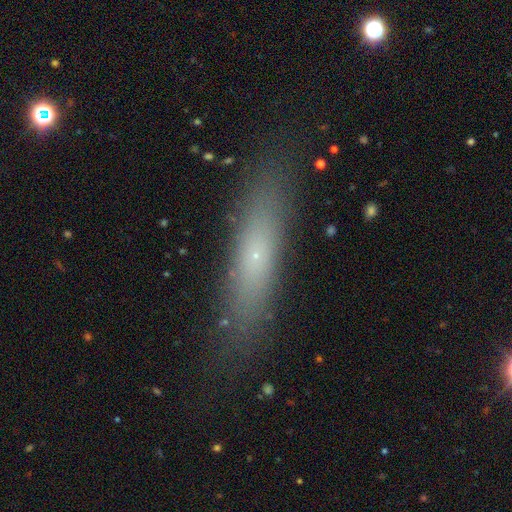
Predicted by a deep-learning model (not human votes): Overall: smooth (59%; featured or disk 30%). How rounded: cigar-shaped (78%). Merging: none (84%).